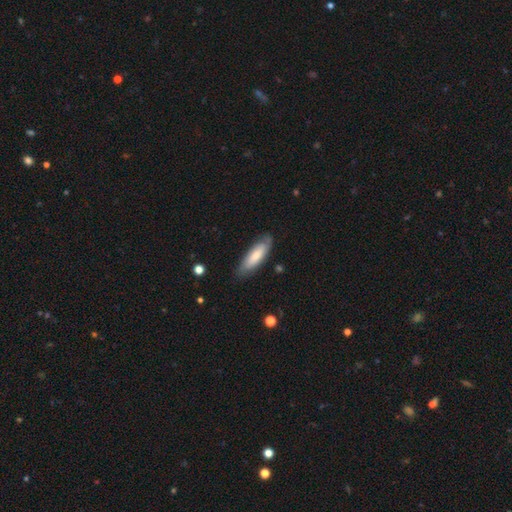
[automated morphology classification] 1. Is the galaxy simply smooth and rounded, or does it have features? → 71% smooth, 24% featured or disk, 6% star or artifact.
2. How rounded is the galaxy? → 52% in between, 46% cigar-shaped, 1% round.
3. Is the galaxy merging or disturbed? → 79% none, 16% minor disturbance, 3% major disturbance, 1% merger.